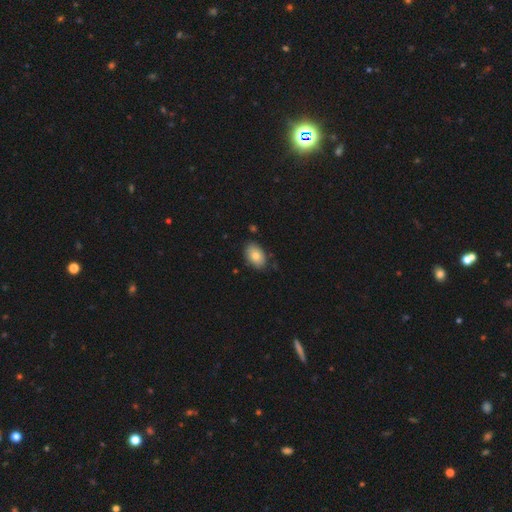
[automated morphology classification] Smooth or featured? Predicted: smooth (p=0.80). How rounded? Predicted: in between (p=0.89). Merging? Predicted: none (p=0.81).